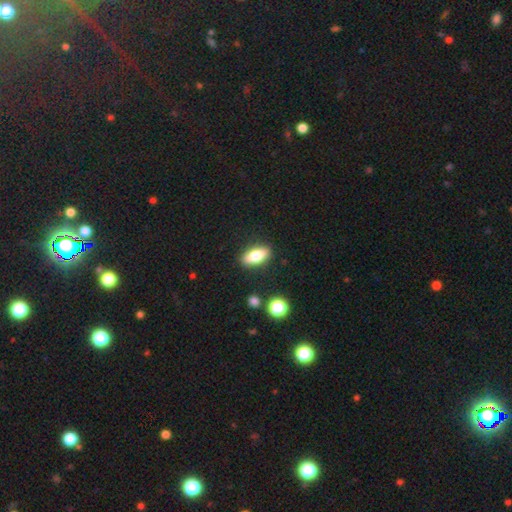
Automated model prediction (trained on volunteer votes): smooth 72%, featured or disk 20%, star or artifact 8%. Down the decision tree: how rounded — in between (80%); merging — none (87%).